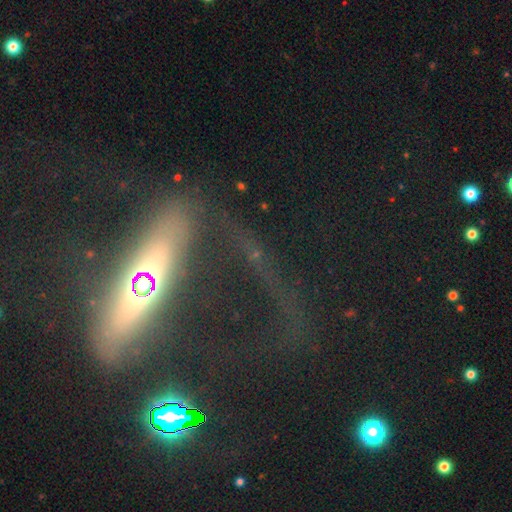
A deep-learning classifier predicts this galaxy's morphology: Smooth or featured: featured or disk — 48% (smooth — 27%)
Merging: none — 46% (major disturbance — 28%)